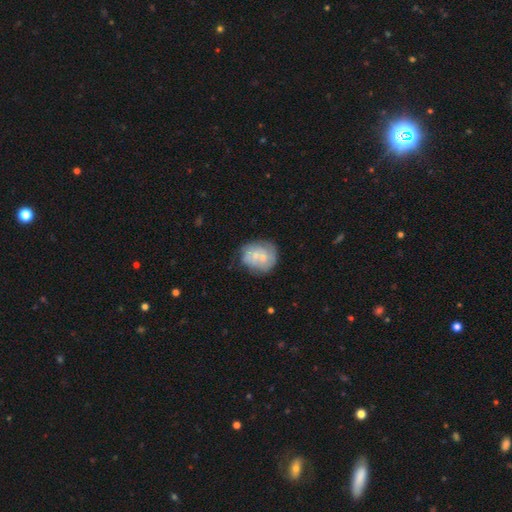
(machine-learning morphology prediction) Smooth or featured? Predicted: smooth (p=0.49). Merging? Predicted: none (p=0.45).